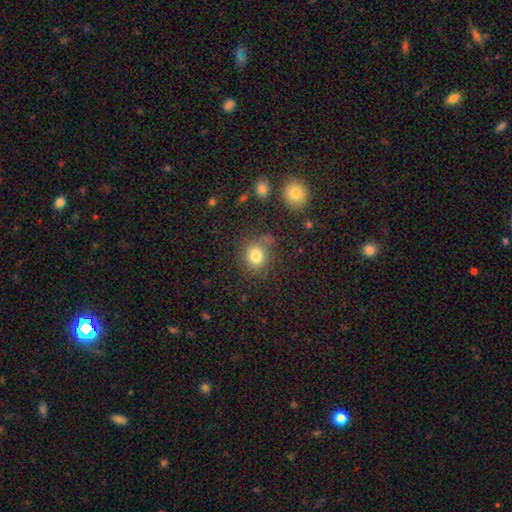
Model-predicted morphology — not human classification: A smooth galaxy with no disk features (81%) that is round (74%). Merging: none (70%).